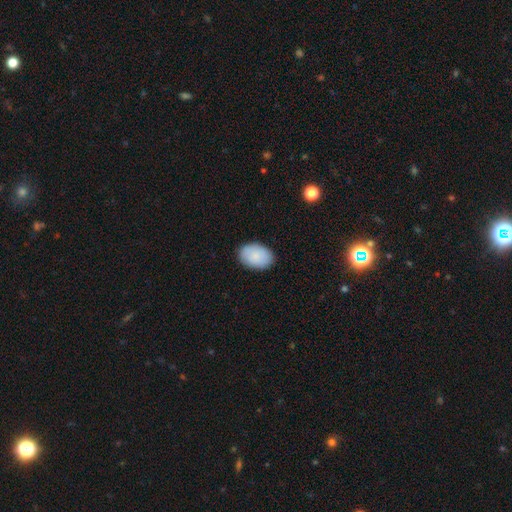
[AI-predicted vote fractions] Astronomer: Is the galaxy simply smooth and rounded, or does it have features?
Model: smooth — 88%.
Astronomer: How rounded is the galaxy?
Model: in between — 87%.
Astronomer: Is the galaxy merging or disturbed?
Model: none — 87%.